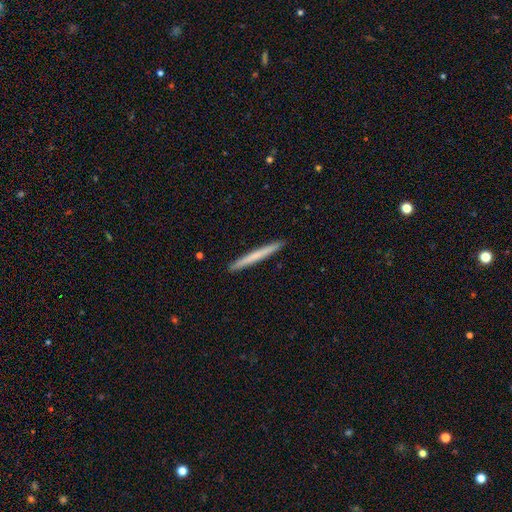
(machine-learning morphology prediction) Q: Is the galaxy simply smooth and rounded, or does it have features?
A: smooth — 61%.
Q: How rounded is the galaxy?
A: cigar-shaped — 97%.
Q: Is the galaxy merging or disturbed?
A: none — 93%.